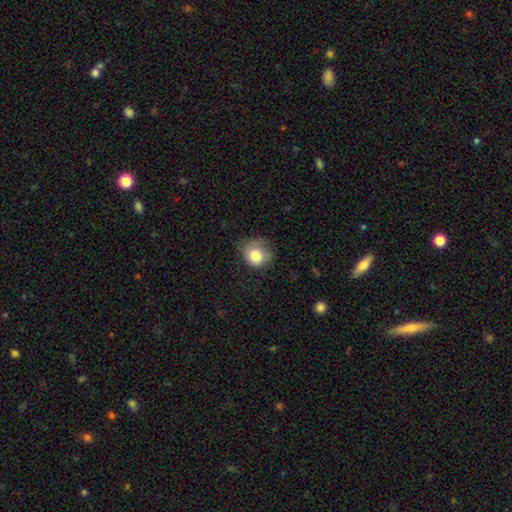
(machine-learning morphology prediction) This appears to be a smooth galaxy with no disk features (79%) that is round (71%). Merging: none (52%).